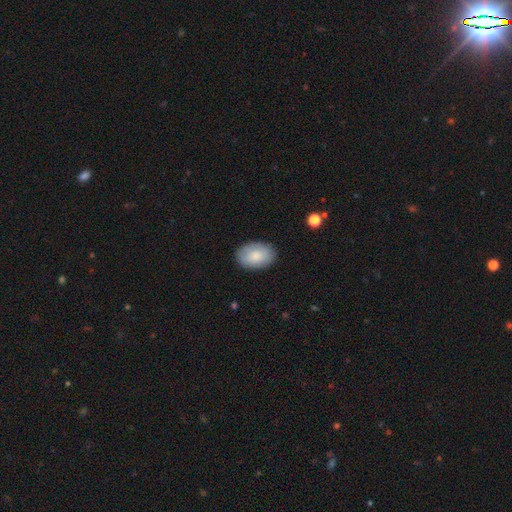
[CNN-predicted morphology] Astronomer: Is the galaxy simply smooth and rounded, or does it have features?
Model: smooth — 82%.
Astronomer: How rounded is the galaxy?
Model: in between — 88%.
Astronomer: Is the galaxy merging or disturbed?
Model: none — 85%.